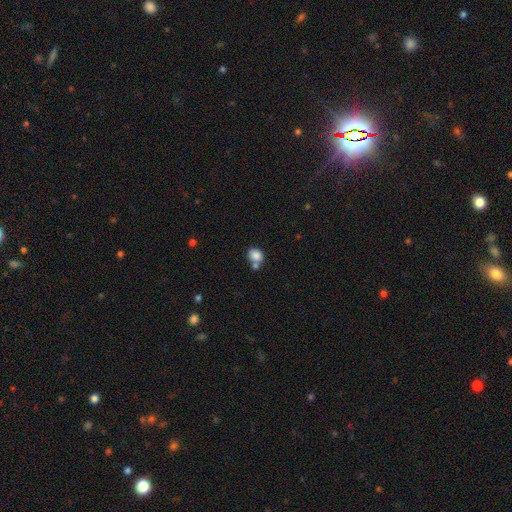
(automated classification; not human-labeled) Smooth or featured: smooth — 84% (star or artifact — 9%)
How rounded: round — 60% (in between — 39%)
Merging: none — 48% (merger — 35%)